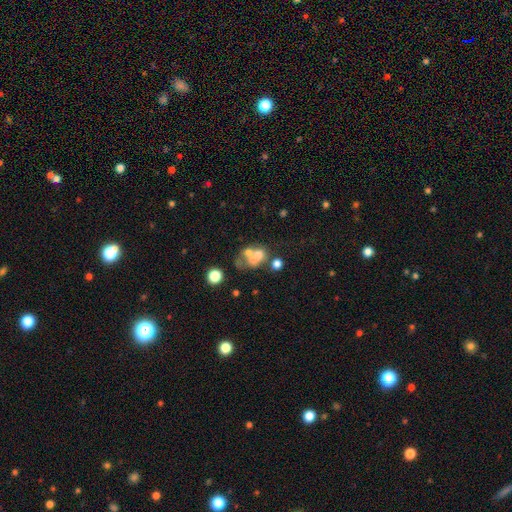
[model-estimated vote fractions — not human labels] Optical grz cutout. It shows a smooth galaxy with no disk features (49%). Merging: merger (55%).